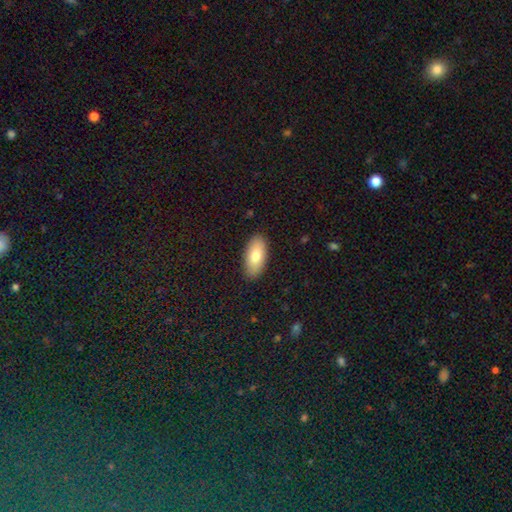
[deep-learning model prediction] Overall: smooth (78%). How rounded: in between (91%). Merging: none (89%).